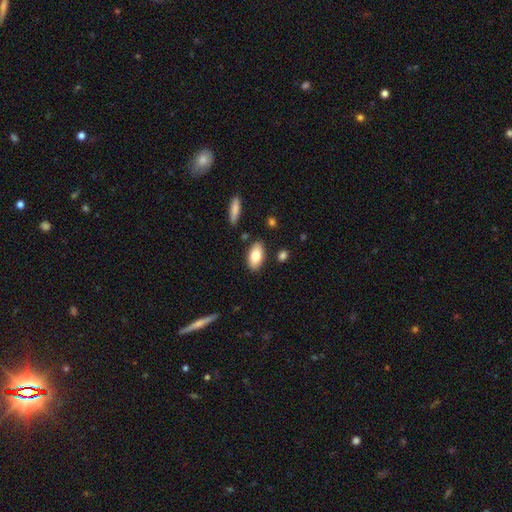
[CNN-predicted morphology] type=smooth (79%); roundness=in between (93%); merging=none (84%).